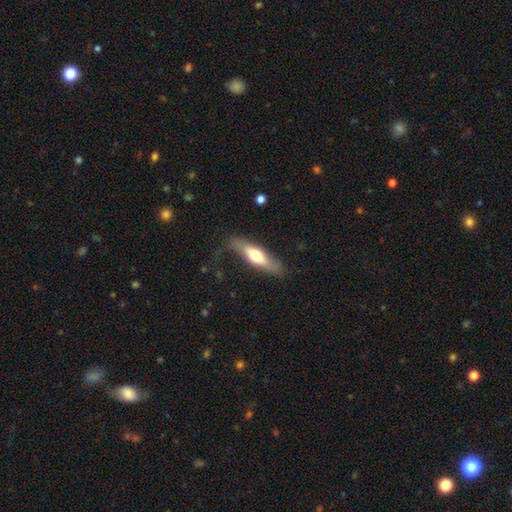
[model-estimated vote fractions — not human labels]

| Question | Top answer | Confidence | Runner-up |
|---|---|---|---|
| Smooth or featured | smooth | 52% | featured or disk (43%) |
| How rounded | cigar-shaped | 64% | in between (34%) |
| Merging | none | 67% | minor disturbance (22%) |